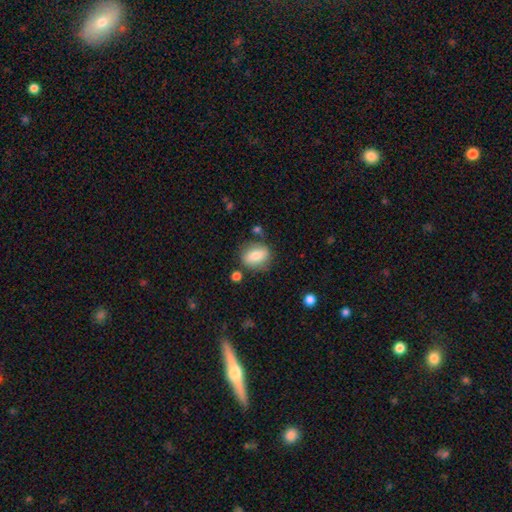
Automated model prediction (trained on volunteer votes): Smooth or featured? smooth (78%)
How rounded? in between (67%)
Merging? none (73%)